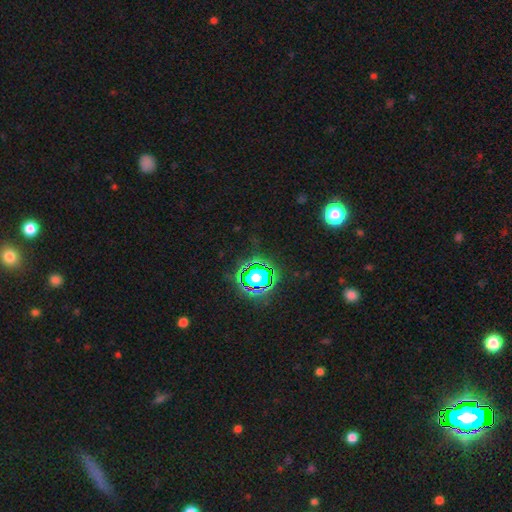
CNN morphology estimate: smooth_or_featured: star or artifact (p=0.74) [alt: smooth p=0.18]